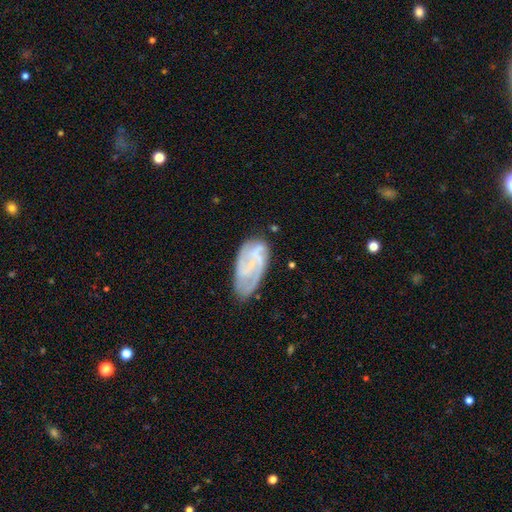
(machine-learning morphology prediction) Overall: featured or disk (73%). Edge-on disk: no (96%). Bar: no (49%; weak 40%). Spiral arms: yes (89%). Spiral arm count: 2 (35%; can't tell 25%). Spiral winding: medium (43%; tight 39%). Bulge size: small (59%; none 24%). Merging: none (65%).